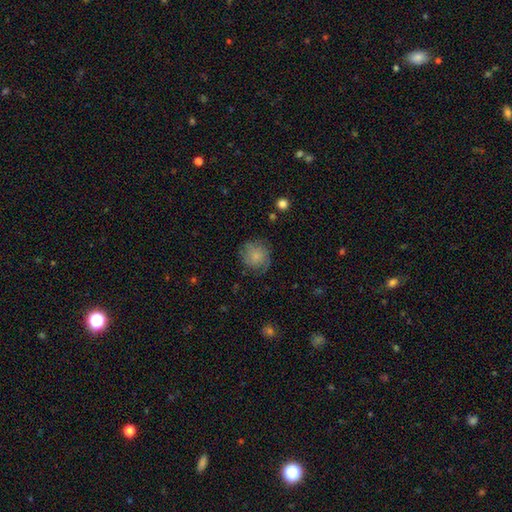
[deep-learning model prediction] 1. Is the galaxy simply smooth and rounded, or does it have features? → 68% smooth, 24% featured or disk, 8% star or artifact.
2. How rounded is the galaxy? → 88% round, 11% in between, 1% cigar-shaped.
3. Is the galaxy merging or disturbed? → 68% none, 22% minor disturbance, 9% major disturbance, 1% merger.